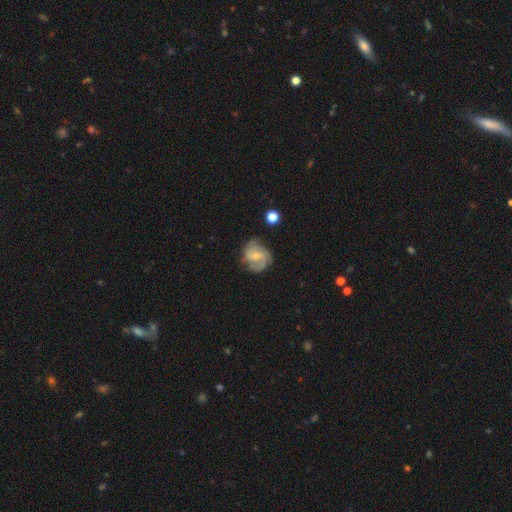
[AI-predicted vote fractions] Q: Smooth or featured?
A: featured or disk (76%); runner-up: smooth (17%)
Q: Edge-on disk?
A: no (98%); runner-up: yes (2%)
Q: Bar?
A: no (49%); runner-up: weak (43%)
Q: Spiral arms?
A: yes (94%); runner-up: no (6%)
Q: Spiral winding?
A: medium (49%); runner-up: tight (31%)
Q: Spiral arm count?
A: 2 (60%); runner-up: 3 (17%)
Q: Bulge size?
A: small (58%); runner-up: moderate (36%)
Q: Merging?
A: none (68%); runner-up: minor disturbance (22%)